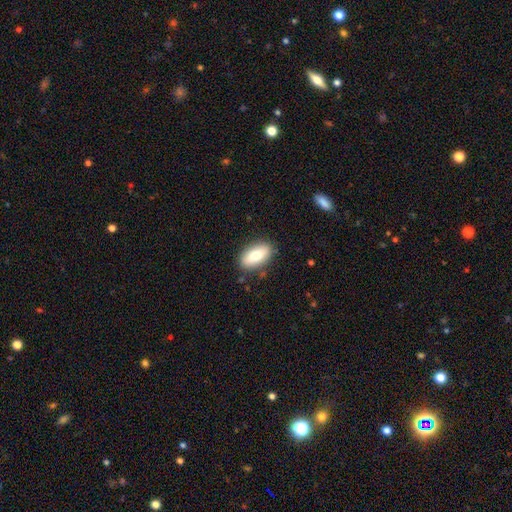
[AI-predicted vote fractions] Smooth or featured? smooth (74%)
How rounded? in between (89%)
Merging? none (85%)